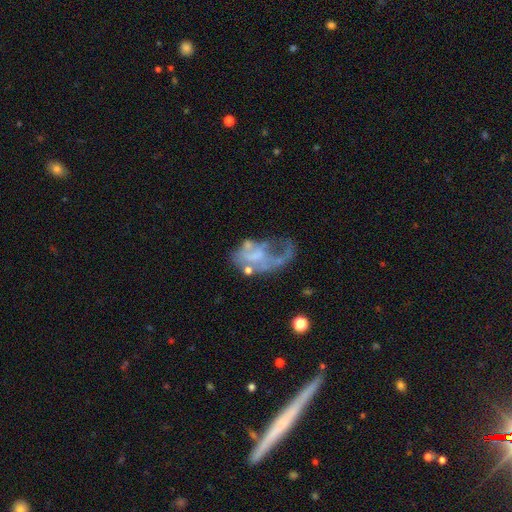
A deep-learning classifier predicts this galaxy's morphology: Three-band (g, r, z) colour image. It shows a featured or disk galaxy (63%) with no bar (80%), no spiral arms (73%) and no central bulge (65%). Merging: major disturbance (46%).